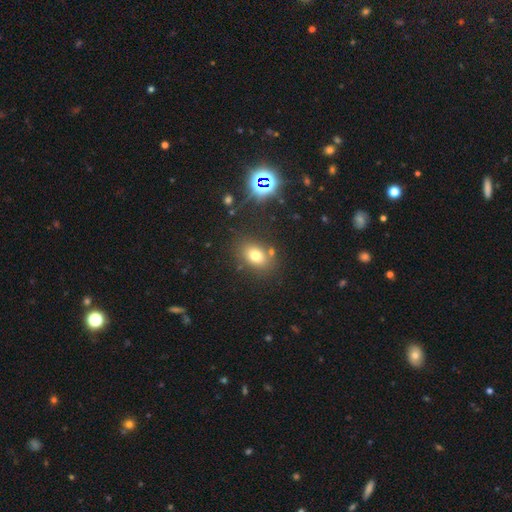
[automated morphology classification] Smooth or featured?
  - smooth: 73% *
  - star or artifact: 16%
  - featured or disk: 11%
How rounded?
  - in between: 71% *
  - round: 28%
  - cigar-shaped: 1%
Merging?
  - none: 77% *
  - minor disturbance: 11%
  - merger: 7%
  - major disturbance: 4%